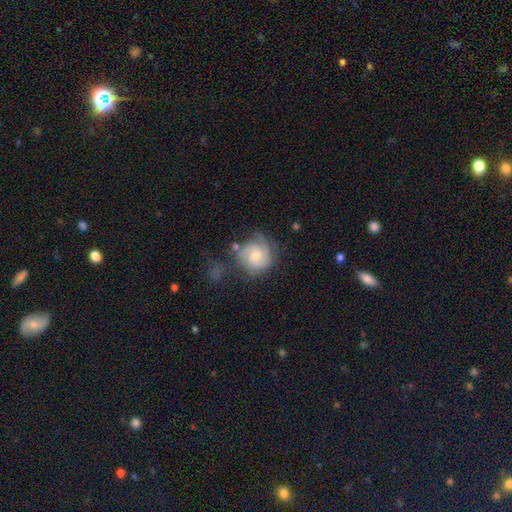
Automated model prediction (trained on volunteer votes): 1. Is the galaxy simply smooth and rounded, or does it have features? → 58% featured or disk, 35% smooth, 7% star or artifact.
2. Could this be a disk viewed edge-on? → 98% no, 2% yes.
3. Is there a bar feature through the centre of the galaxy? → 76% no, 21% weak, 3% strong.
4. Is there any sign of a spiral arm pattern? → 86% yes, 14% no.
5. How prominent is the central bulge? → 48% small, 44% moderate, 4% large, 3% none, 1% dominant.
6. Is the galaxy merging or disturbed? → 48% none, 25% minor disturbance, 17% major disturbance, 10% merger.